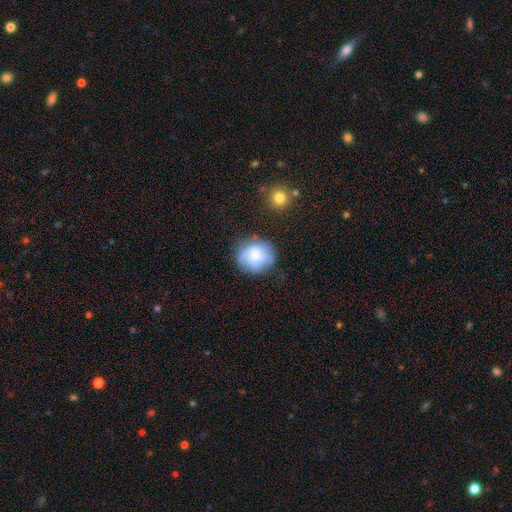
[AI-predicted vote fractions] Smooth or featured: smooth — 49% (featured or disk — 42%)
Merging: none — 65% (minor disturbance — 23%)